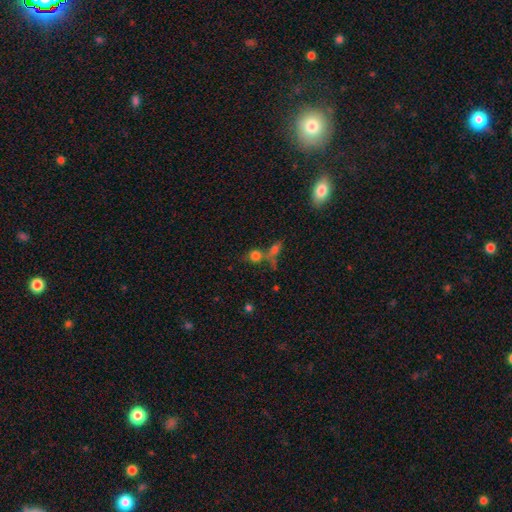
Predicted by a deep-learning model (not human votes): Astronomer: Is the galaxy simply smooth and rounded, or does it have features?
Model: smooth — 72%.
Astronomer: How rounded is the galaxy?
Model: round — 79%.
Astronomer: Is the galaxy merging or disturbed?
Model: none — 47% (runner-up: merger, 36%).